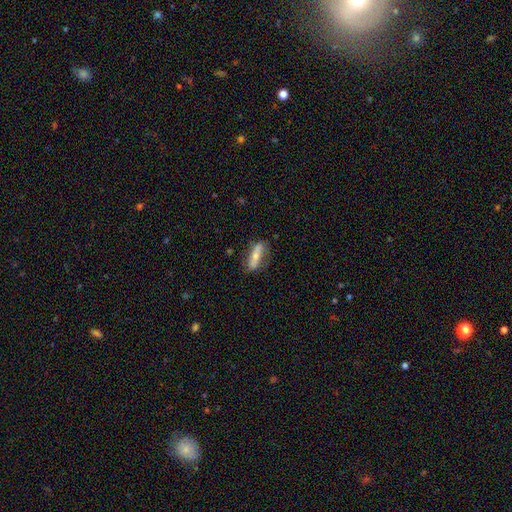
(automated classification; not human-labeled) This is possibly a smooth galaxy (51%). How rounded: possibly cigar-shaped (50%). Merging: likely none (74%).